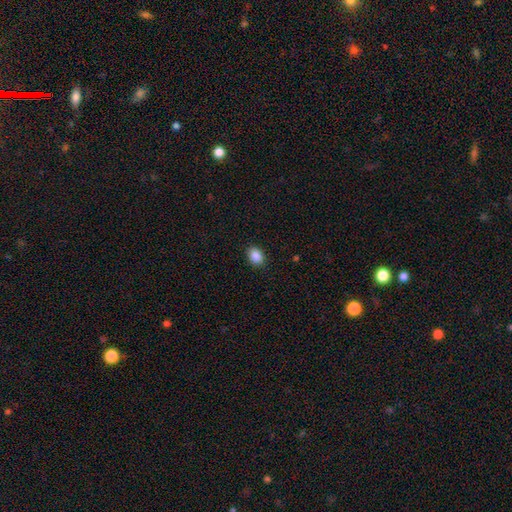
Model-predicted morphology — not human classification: Smooth or featured?
  - smooth: 88% *
  - star or artifact: 9%
  - featured or disk: 3%
How rounded?
  - in between: 69% *
  - round: 30%
  - cigar-shaped: 1%
Merging?
  - none: 89% *
  - minor disturbance: 8%
  - major disturbance: 2%
  - merger: 1%